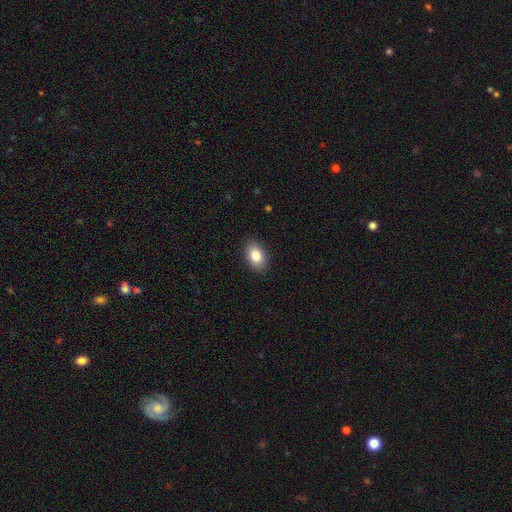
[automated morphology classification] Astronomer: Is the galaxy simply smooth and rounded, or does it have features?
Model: smooth — 85%.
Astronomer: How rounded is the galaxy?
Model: in between — 88%.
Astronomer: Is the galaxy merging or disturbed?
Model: none — 88%.